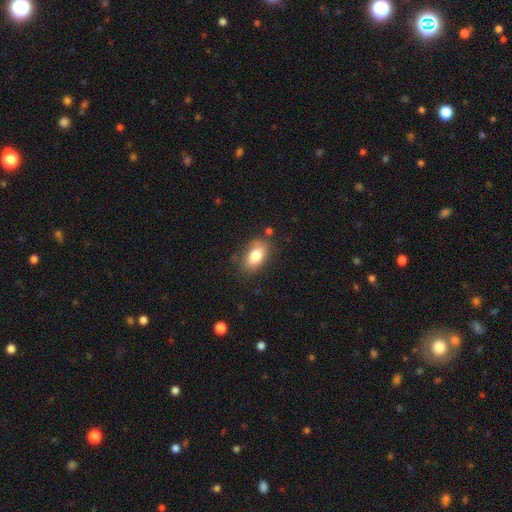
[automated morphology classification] This is clearly a smooth galaxy (80%). How rounded: clearly in between (90%). Merging: likely none (76%).